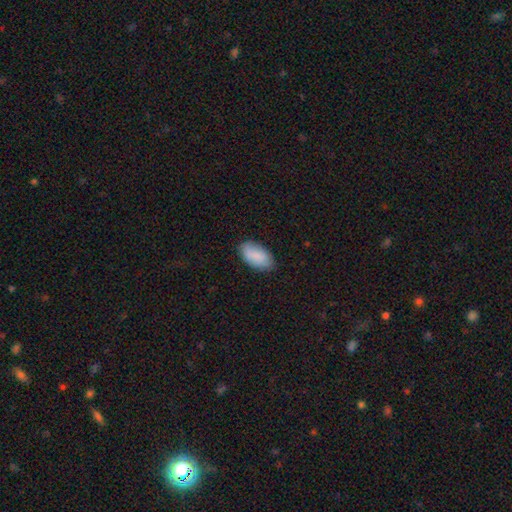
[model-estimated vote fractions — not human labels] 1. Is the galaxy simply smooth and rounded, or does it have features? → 85% smooth, 9% featured or disk, 6% star or artifact.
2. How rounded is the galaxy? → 95% in between, 3% round, 2% cigar-shaped.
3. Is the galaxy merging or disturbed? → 79% none, 17% minor disturbance, 3% major disturbance, 1% merger.